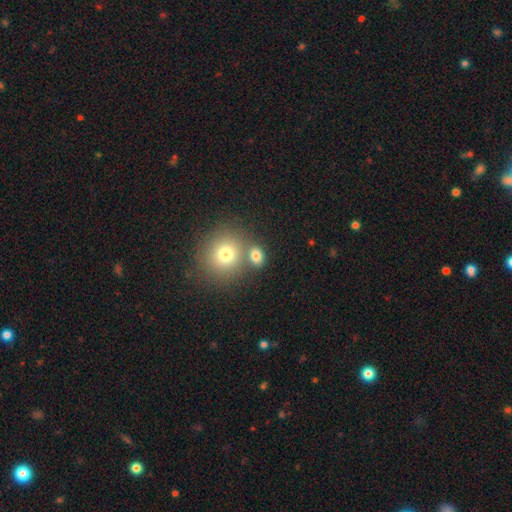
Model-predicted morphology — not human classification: type=smooth (78%); roundness=round (59%); merging=none (59%).